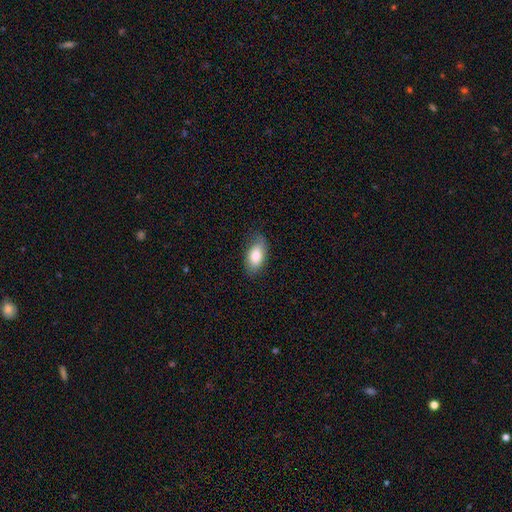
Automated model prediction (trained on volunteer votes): Smooth or featured? Predicted: smooth (p=0.82). How rounded? Predicted: in between (p=0.92). Merging? Predicted: none (p=0.78).